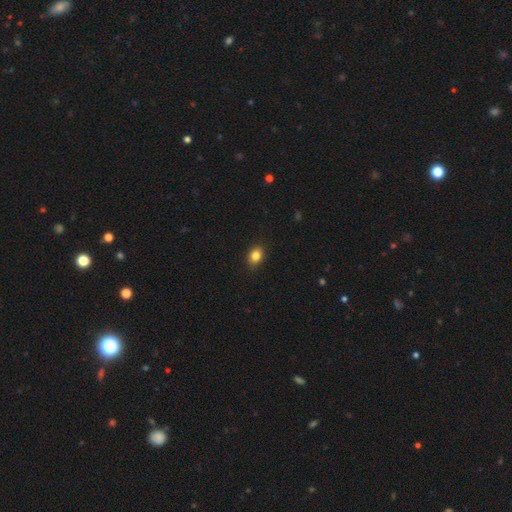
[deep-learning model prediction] Smooth or featured?
  - smooth: 84% *
  - star or artifact: 10%
  - featured or disk: 6%
How rounded?
  - in between: 65% *
  - round: 34%
  - cigar-shaped: 1%
Merging?
  - none: 89% *
  - minor disturbance: 8%
  - major disturbance: 2%
  - merger: 1%